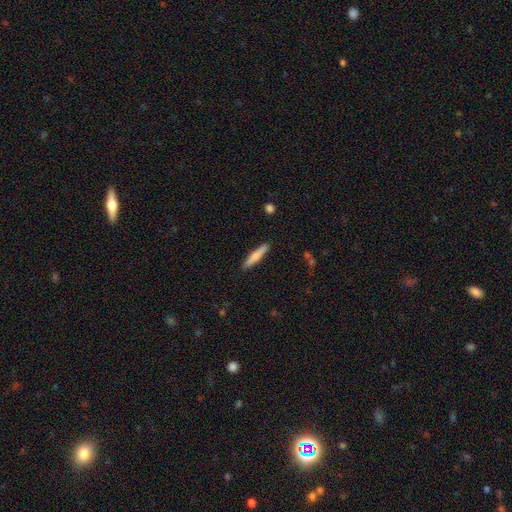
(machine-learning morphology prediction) smooth 70%, featured or disk 24%, star or artifact 5%. Down the decision tree: how rounded — cigar-shaped (91%); merging — none (90%).